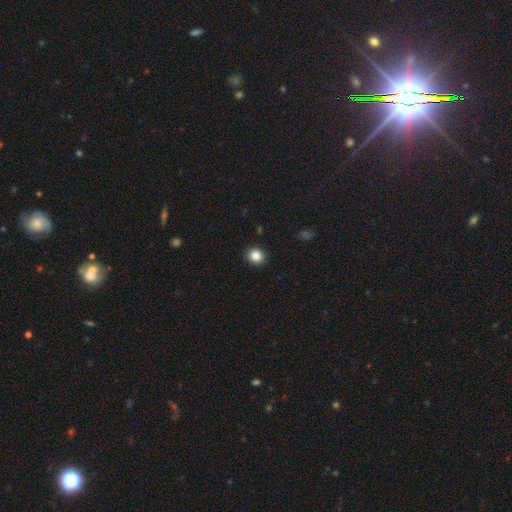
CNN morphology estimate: smooth-or-featured: smooth: 85% | star or artifact: 10% | featured or disk: 5%
  how-rounded: round: 84% | in between: 15% | cigar-shaped: 1%
  merging: none: 92% | minor disturbance: 6% | major disturbance: 2% | merger: 1%